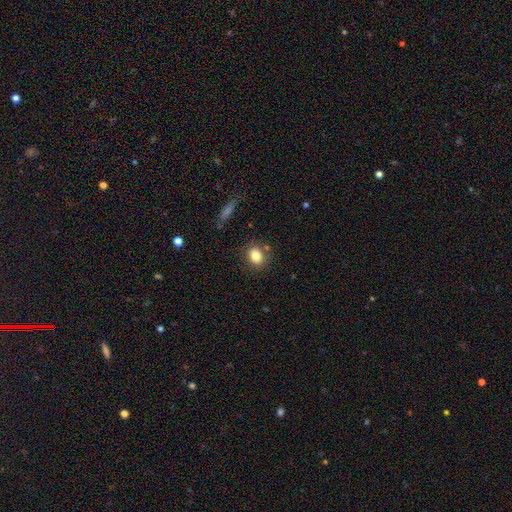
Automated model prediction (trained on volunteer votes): Smooth or featured? smooth (81%)
How rounded? round (53%)
Merging? none (78%)